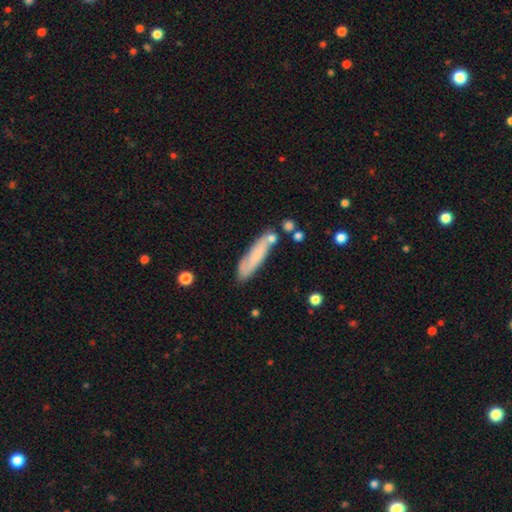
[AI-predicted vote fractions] smooth-or-featured: smooth: 65% | featured or disk: 28% | star or artifact: 7%
  how-rounded: cigar-shaped: 78% | in between: 21% | round: 2%
  merging: none: 68% | minor disturbance: 18% | merger: 9% | major disturbance: 4%